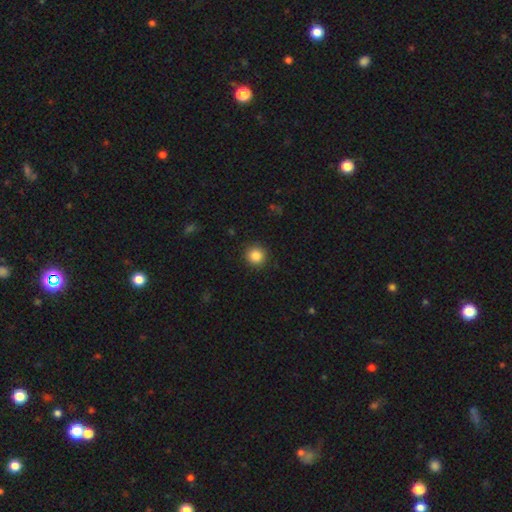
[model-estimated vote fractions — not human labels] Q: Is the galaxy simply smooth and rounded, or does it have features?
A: smooth — 86%.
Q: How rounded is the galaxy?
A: round — 95%.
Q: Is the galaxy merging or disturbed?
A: none — 91%.